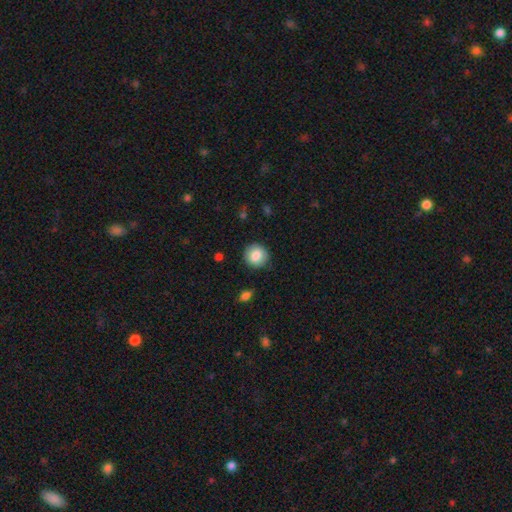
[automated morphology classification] Smooth or featured?
  - smooth: 84% *
  - featured or disk: 8%
  - star or artifact: 8%
How rounded?
  - round: 91% *
  - in between: 8%
  - cigar-shaped: 1%
Merging?
  - none: 88% *
  - minor disturbance: 8%
  - major disturbance: 2%
  - merger: 1%